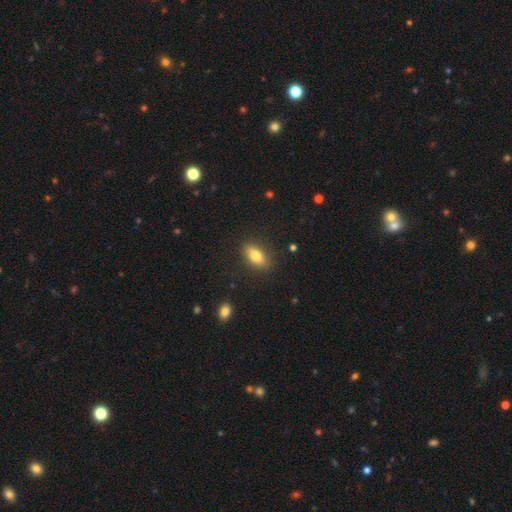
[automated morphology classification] Smooth or featured? smooth (80%)
How rounded? in between (86%)
Merging? none (86%)